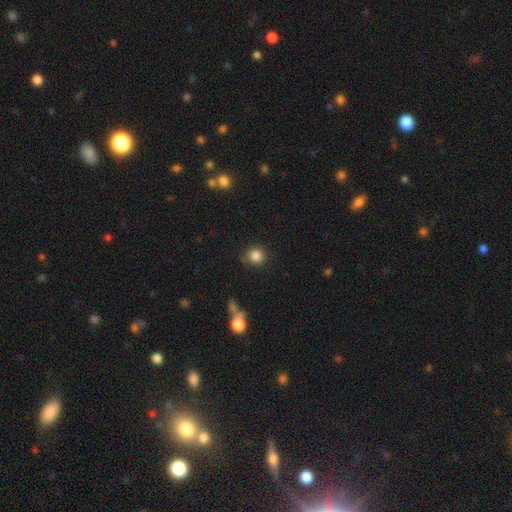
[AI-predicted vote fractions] The model was most divided on "merging": none: 82%, minor disturbance: 11%, major disturbance: 4%, merger: 3%. More confident: how rounded — round (91%); smooth or featured — smooth (85%).